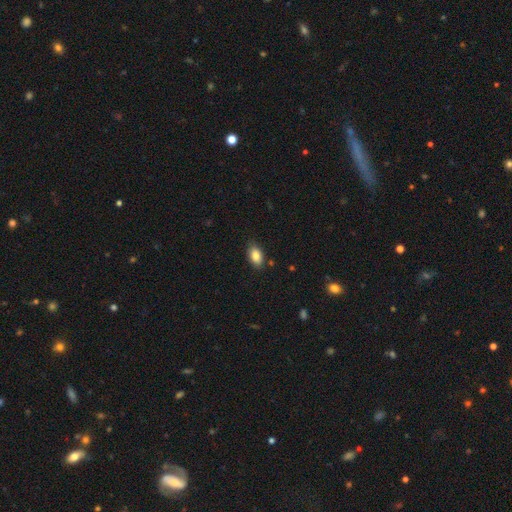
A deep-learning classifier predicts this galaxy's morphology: Overall: smooth (85%). How rounded: in between (90%). Merging: none (83%).